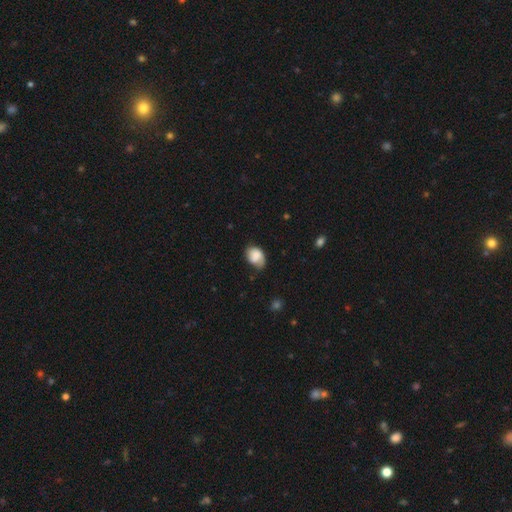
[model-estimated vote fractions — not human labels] Q: Smooth or featured?
A: smooth (72%); runner-up: featured or disk (20%)
Q: How rounded?
A: in between (71%); runner-up: round (28%)
Q: Merging?
A: none (43%); runner-up: minor disturbance (38%)